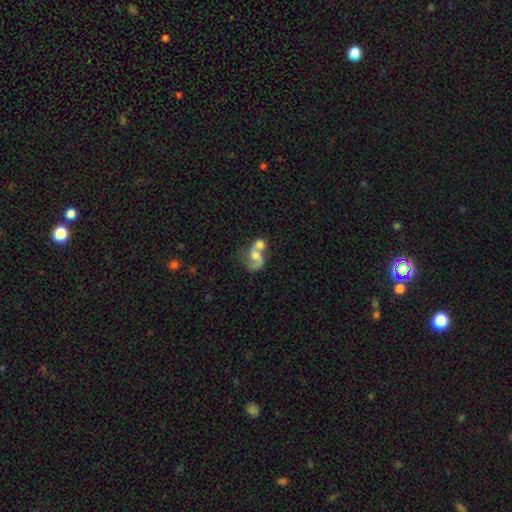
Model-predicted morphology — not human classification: Smooth or featured? Predicted: featured or disk (p=0.58). Edge-on disk? Predicted: no (p=0.97). Bar? Predicted: no (p=0.67). Spiral arms? Predicted: yes (p=0.79). Bulge size? Predicted: moderate (p=0.45). Merging? Predicted: merger (p=0.71).